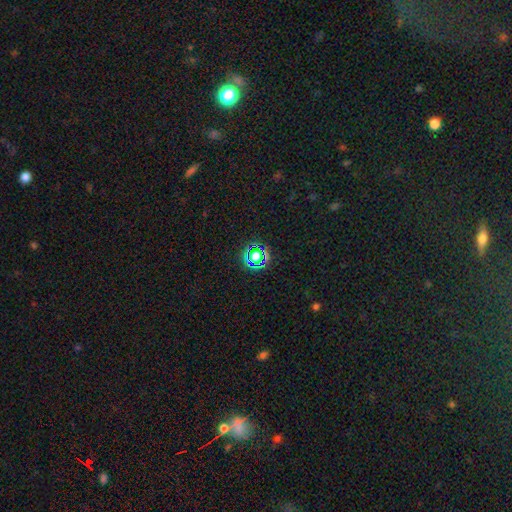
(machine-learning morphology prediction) Q: Smooth or featured?
A: star or artifact (57%); runner-up: smooth (33%)